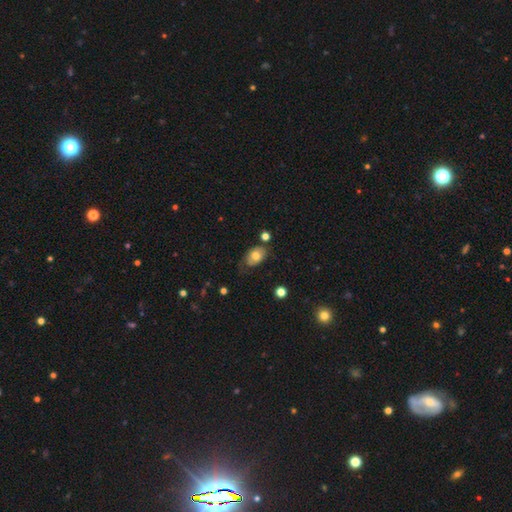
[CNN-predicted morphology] smooth-or-featured: smooth: 67% | featured or disk: 24% | star or artifact: 8%
  how-rounded: in between: 86% | round: 12% | cigar-shaped: 2%
  merging: none: 56% | minor disturbance: 30% | major disturbance: 10% | merger: 5%